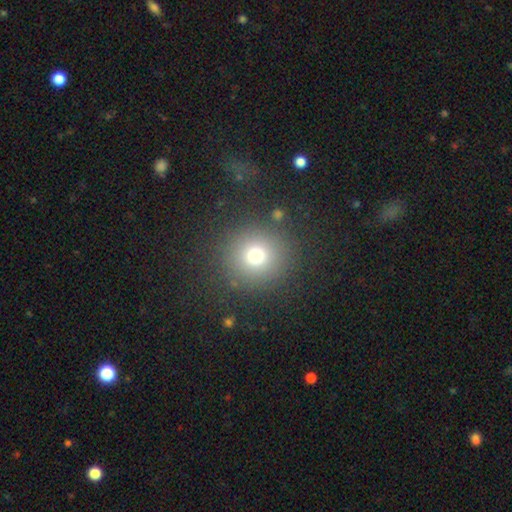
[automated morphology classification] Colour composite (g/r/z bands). It shows a smooth galaxy with no disk features (73%) that is round (93%). Merging: none (87%).